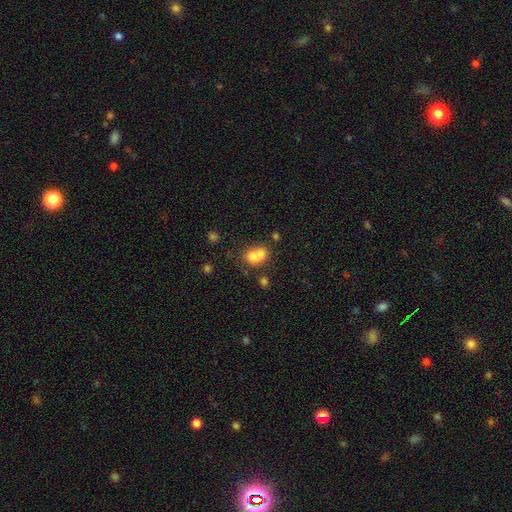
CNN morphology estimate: Q: Smooth or featured?
A: smooth (70%); runner-up: featured or disk (18%)
Q: How rounded?
A: round (67%); runner-up: in between (32%)
Q: Merging?
A: merger (65%); runner-up: none (25%)